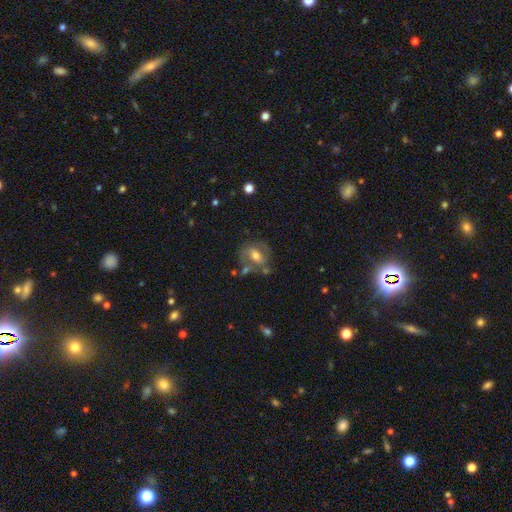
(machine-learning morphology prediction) Smooth or featured?
  - featured or disk: 52% *
  - smooth: 39%
  - star or artifact: 9%
Edge-on disk?
  - no: 93% *
  - yes: 7%
Merging?
  - none: 54% *
  - minor disturbance: 20%
  - merger: 14%
  - major disturbance: 12%